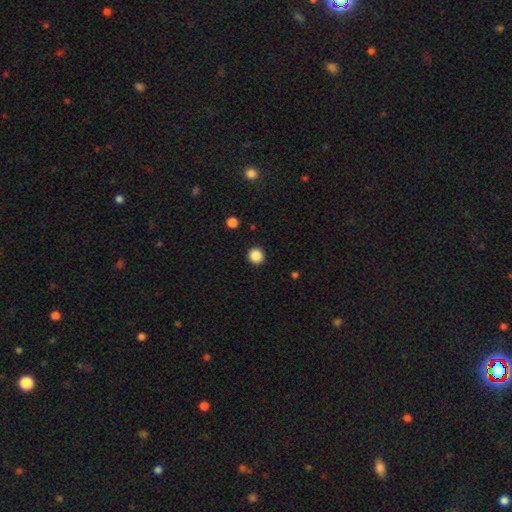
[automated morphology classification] Smooth or featured? Predicted: smooth (p=0.88). How rounded? Predicted: round (p=0.95). Merging? Predicted: none (p=0.93).